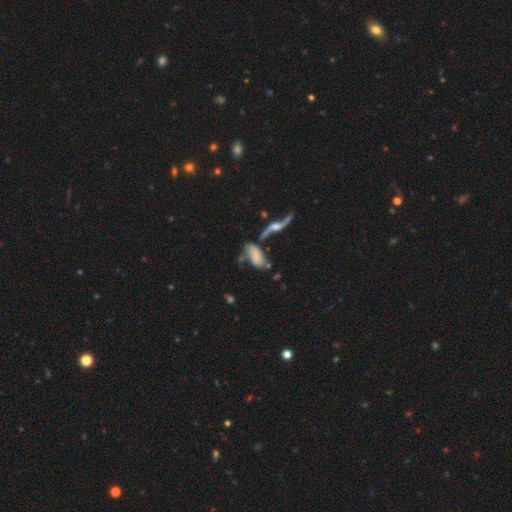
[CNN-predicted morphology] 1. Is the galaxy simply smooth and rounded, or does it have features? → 52% smooth, 39% featured or disk, 9% star or artifact.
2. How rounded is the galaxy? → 90% in between, 6% cigar-shaped, 4% round.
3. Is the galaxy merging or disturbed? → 41% none, 23% merger, 22% minor disturbance, 14% major disturbance.